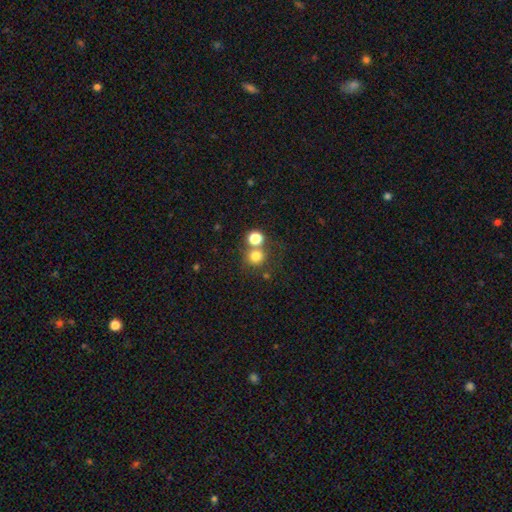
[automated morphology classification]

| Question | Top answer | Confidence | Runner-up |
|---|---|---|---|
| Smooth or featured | smooth | 77% | star or artifact (15%) |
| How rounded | round | 90% | in between (10%) |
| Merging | none | 60% | merger (28%) |